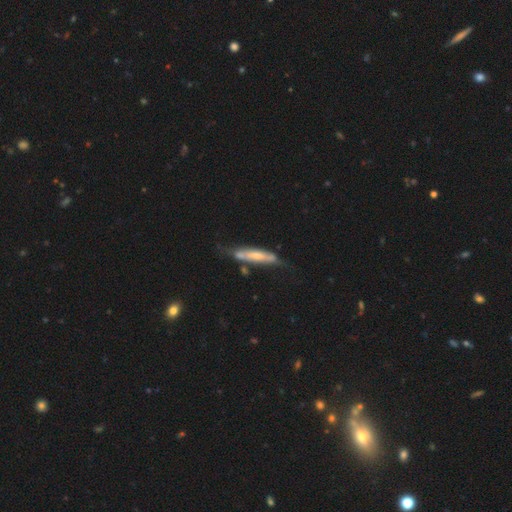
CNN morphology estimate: This is possibly a featured or disk galaxy (56%). It is likely viewed edge-on (63%). Merging: possibly none (49%).